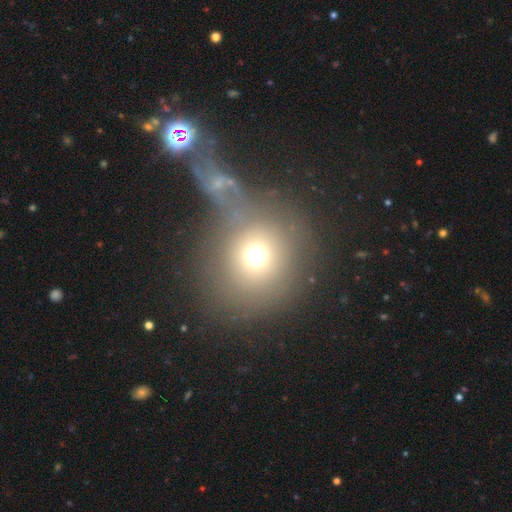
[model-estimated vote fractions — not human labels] Smooth or featured?
  - smooth: 67% *
  - featured or disk: 19%
  - star or artifact: 14%
How rounded?
  - round: 83% *
  - in between: 15%
  - cigar-shaped: 1%
Merging?
  - none: 46% *
  - merger: 31%
  - major disturbance: 12%
  - minor disturbance: 11%